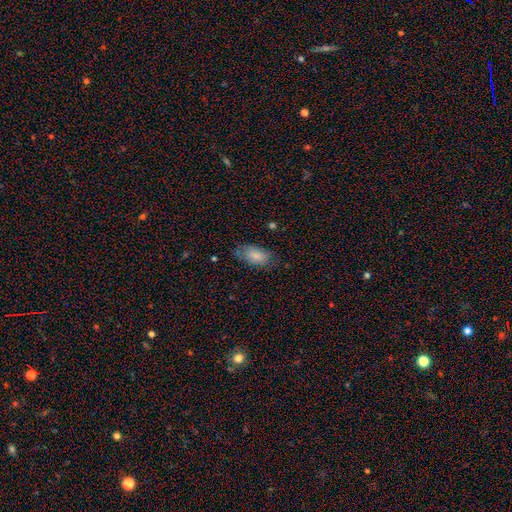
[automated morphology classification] Overall: smooth (84%). How rounded: in between (93%). Merging: none (68%).